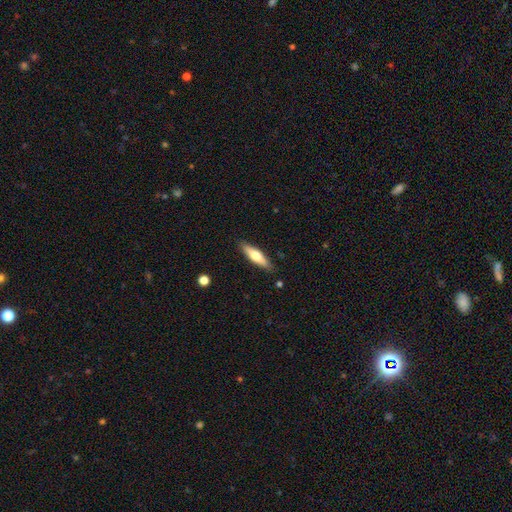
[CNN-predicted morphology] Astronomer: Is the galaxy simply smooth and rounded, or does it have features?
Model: smooth — 54% (runner-up: featured or disk, 40%).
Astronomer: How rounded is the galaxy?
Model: cigar-shaped — 65%.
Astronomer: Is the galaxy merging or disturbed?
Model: none — 87%.